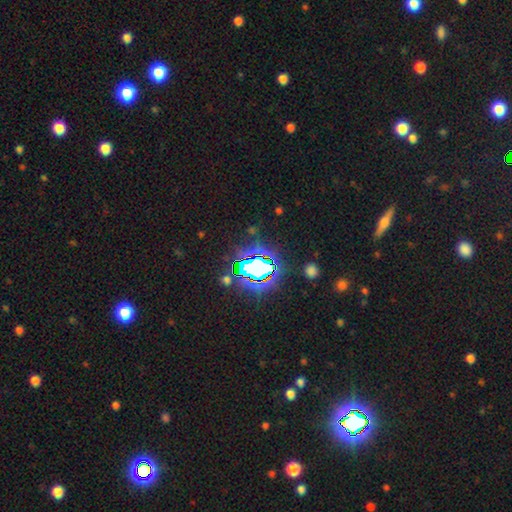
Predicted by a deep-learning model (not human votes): Smooth or featured?
  - star or artifact: 75% *
  - smooth: 15%
  - featured or disk: 10%